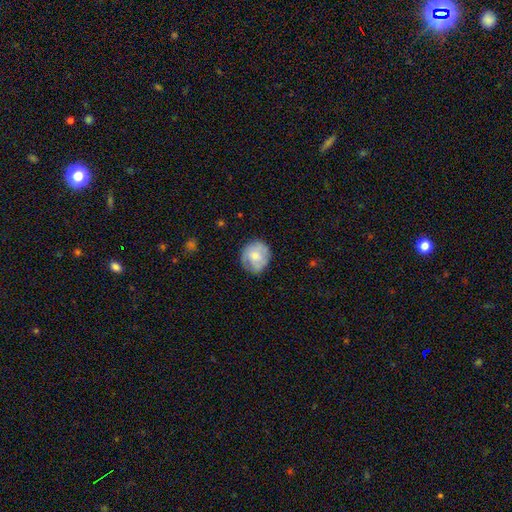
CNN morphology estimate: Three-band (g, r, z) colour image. It shows a smooth galaxy with no disk features (65%) that is round (81%). Merging: none (73%).